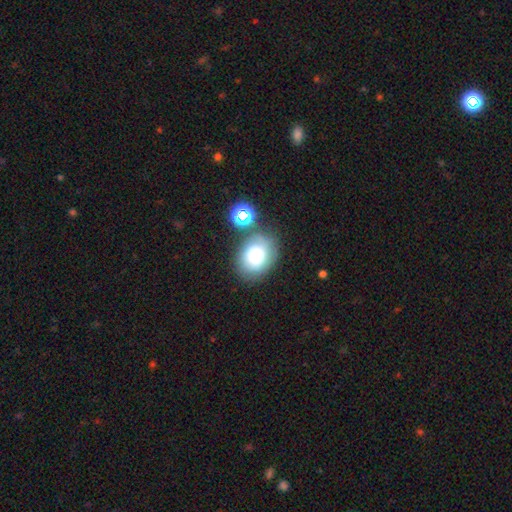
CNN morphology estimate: Smooth or featured?
  - smooth: 74% *
  - featured or disk: 14%
  - star or artifact: 11%
How rounded?
  - in between: 50% *
  - round: 49%
  - cigar-shaped: 1%
Merging?
  - none: 68% *
  - minor disturbance: 15%
  - merger: 12%
  - major disturbance: 5%